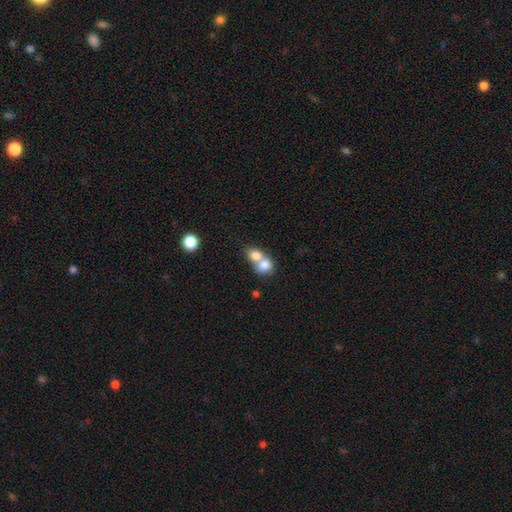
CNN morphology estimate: Smooth or featured?
  - smooth: 77% *
  - featured or disk: 14%
  - star or artifact: 9%
How rounded?
  - round: 64% *
  - in between: 34%
  - cigar-shaped: 1%
Merging?
  - merger: 74% *
  - none: 20%
  - minor disturbance: 4%
  - major disturbance: 2%